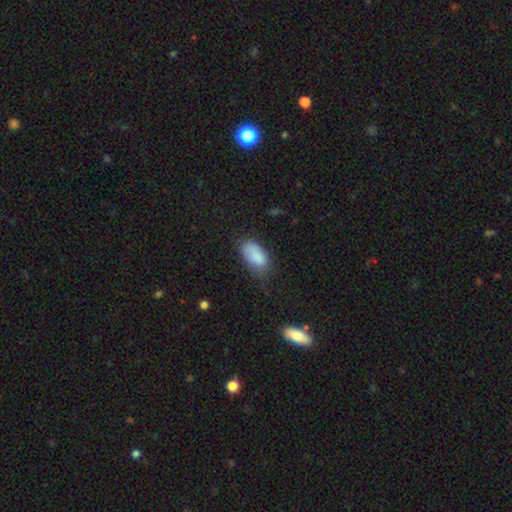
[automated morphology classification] Q: Smooth or featured?
A: smooth (85%); runner-up: star or artifact (8%)
Q: How rounded?
A: in between (92%); runner-up: cigar-shaped (4%)
Q: Merging?
A: none (61%); runner-up: minor disturbance (28%)